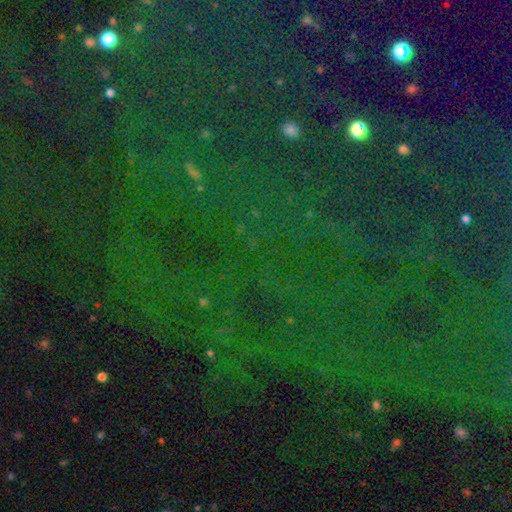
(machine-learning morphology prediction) smooth_or_featured: star or artifact (p=0.81) [alt: smooth p=0.11]